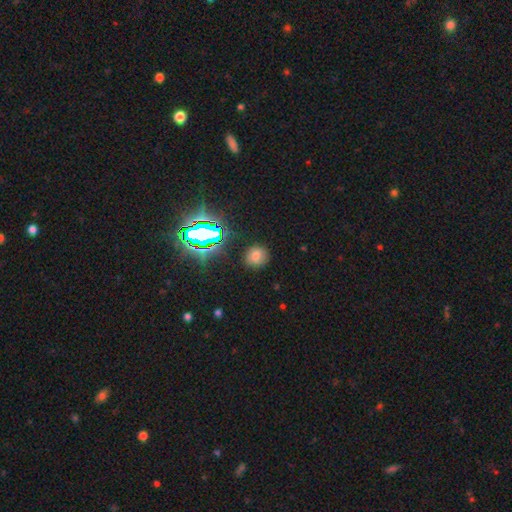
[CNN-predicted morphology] This appears to be a smooth galaxy with no disk features (69%) that is round (85%). Merging: none (86%).